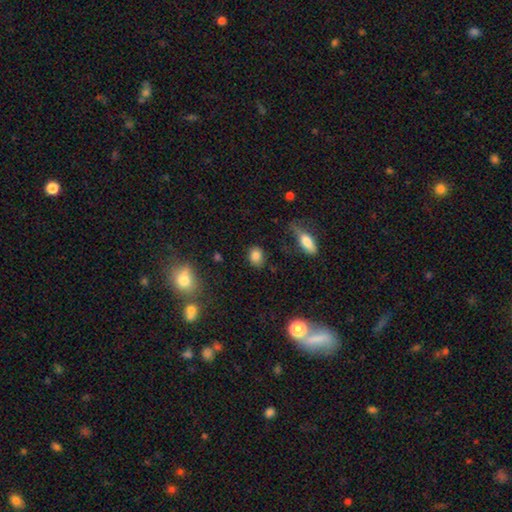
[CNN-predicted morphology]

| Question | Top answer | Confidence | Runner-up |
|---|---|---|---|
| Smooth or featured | smooth | 83% | star or artifact (10%) |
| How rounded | in between | 59% | round (39%) |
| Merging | none | 81% | minor disturbance (13%) |